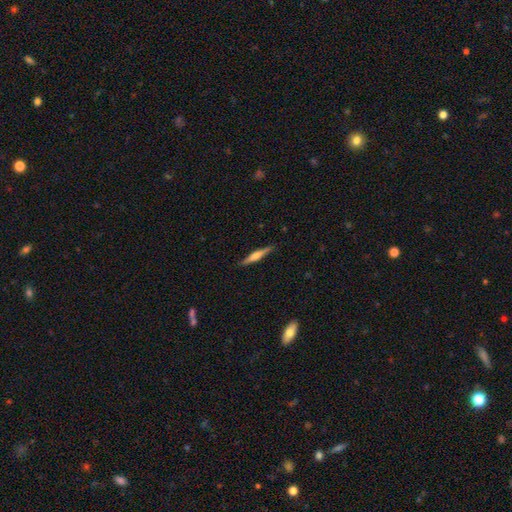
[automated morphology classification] Smooth or featured? Predicted: featured or disk (p=0.53). Edge-on disk? Predicted: yes (p=0.97). Edge-on bulge? Predicted: rounded (p=0.70). Merging? Predicted: none (p=0.89).